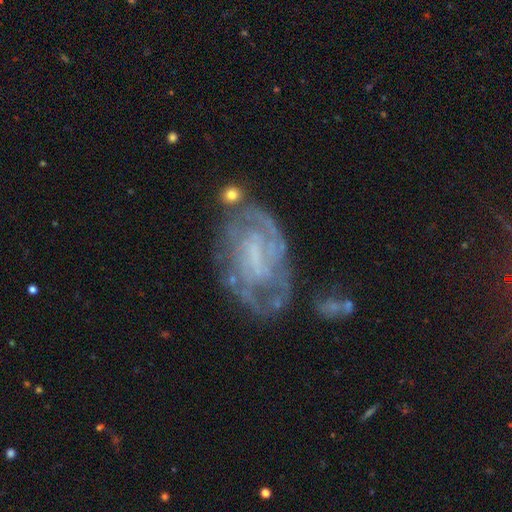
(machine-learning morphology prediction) This is likely a featured or disk galaxy (79%). It is clearly not viewed edge-on (96%). Bar: marginally weak (44%). Spiral arm pattern: likely yes (78%). Spiral arm count: marginally can't tell (43%). Spiral winding: possibly tight (51%). Central bulge: possibly none (47%). Merging: possibly none (52%).